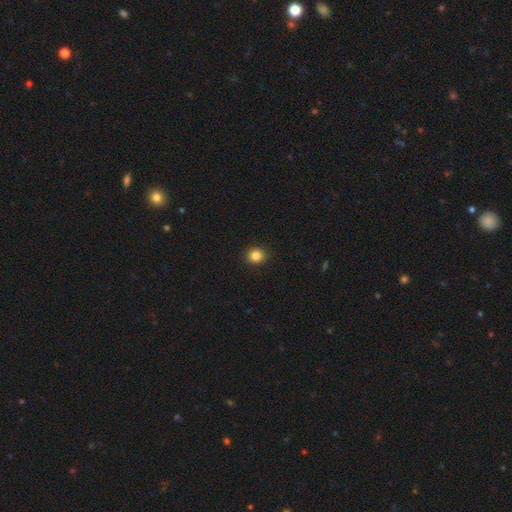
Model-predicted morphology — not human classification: type=smooth (84%); roundness=round (88%); merging=none (93%).